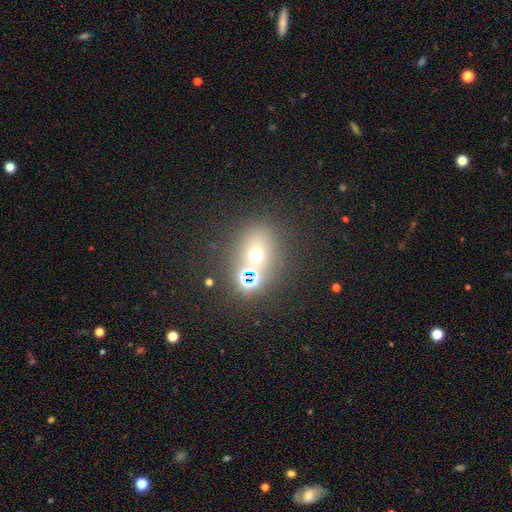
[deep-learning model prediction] smooth_or_featured: smooth (p=0.54) [alt: star or artifact p=0.34]
how_rounded: round (p=0.68) [alt: in between p=0.31]
merging: none (p=0.65) [alt: merger p=0.19]